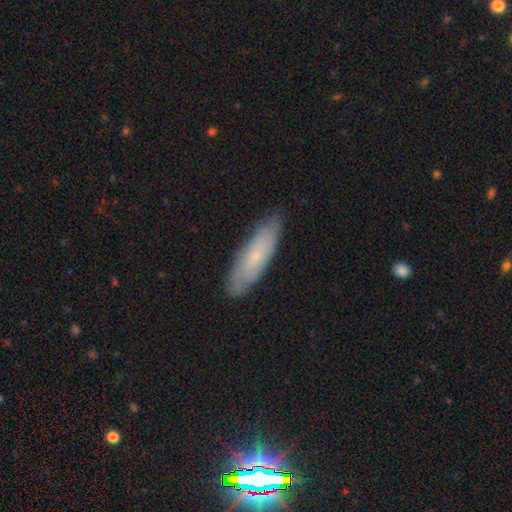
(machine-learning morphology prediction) Smooth or featured? smooth (59%)
How rounded? cigar-shaped (59%)
Merging? none (83%)